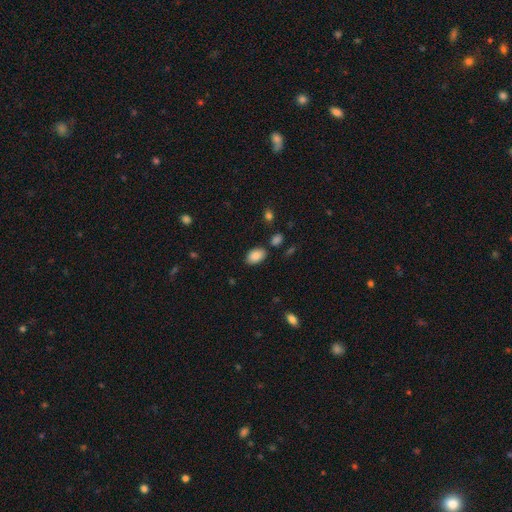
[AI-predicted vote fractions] Smooth or featured? smooth (88%)
How rounded? in between (91%)
Merging? none (81%)